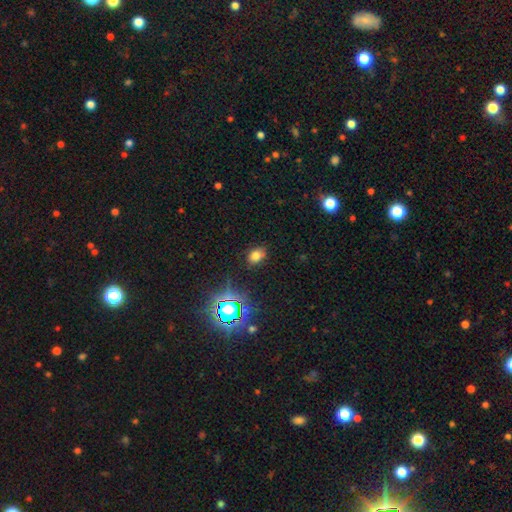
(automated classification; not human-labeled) A smooth galaxy with no disk features (71%) that is in between round and cigar-shaped (68%).

Vote fractions:
- Smooth or featured? smooth: 71% / star or artifact: 22% / featured or disk: 8%
- How rounded? in between: 68% / round: 31% / cigar-shaped: 1%
- Merging? none: 82% / minor disturbance: 13% / major disturbance: 3% / merger: 2%